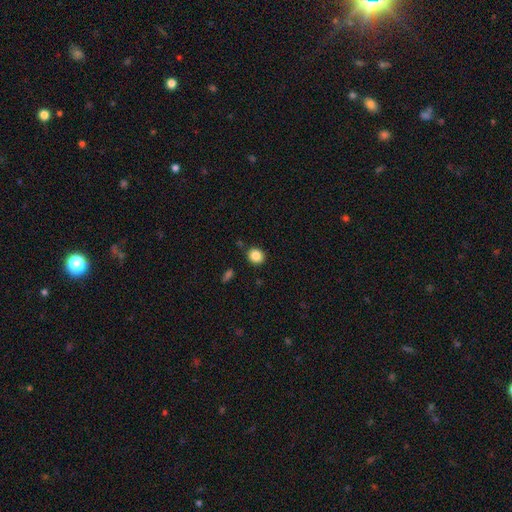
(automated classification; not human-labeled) smooth 86%, star or artifact 9%, featured or disk 5%. Down the decision tree: how rounded — round (81%); merging — none (87%).